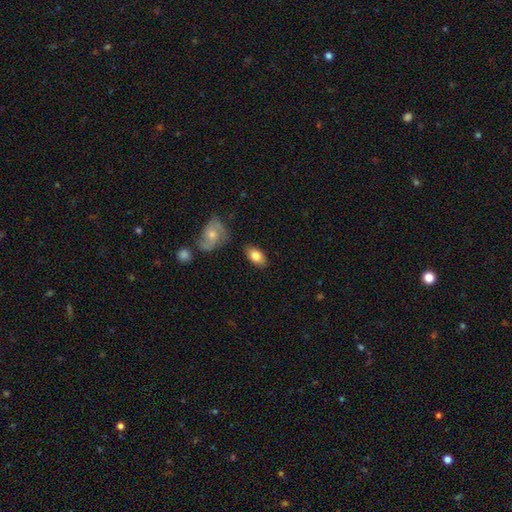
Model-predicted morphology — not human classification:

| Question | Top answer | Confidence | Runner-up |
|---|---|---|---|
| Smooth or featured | smooth | 79% | featured or disk (15%) |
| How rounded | in between | 92% | round (6%) |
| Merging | none | 81% | minor disturbance (12%) |